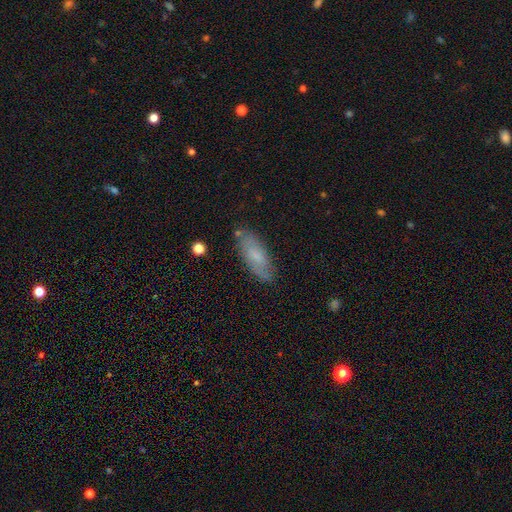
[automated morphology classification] smooth-or-featured: smooth: 53% | featured or disk: 39% | star or artifact: 8%
  how-rounded: in between: 70% | cigar-shaped: 28% | round: 2%
  merging: none: 77% | minor disturbance: 17% | major disturbance: 4% | merger: 2%